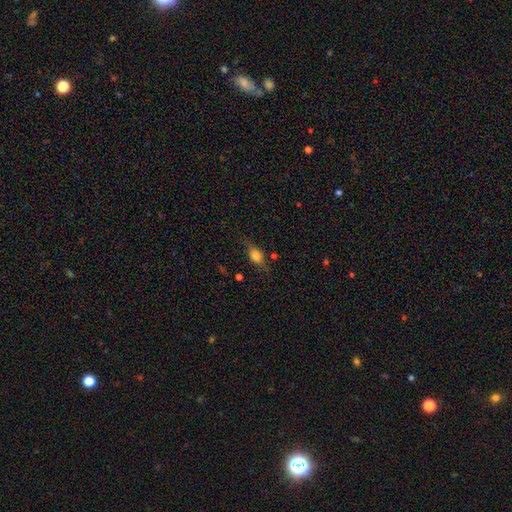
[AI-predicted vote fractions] Smooth or featured? smooth (70%)
How rounded? in between (74%)
Merging? none (64%)